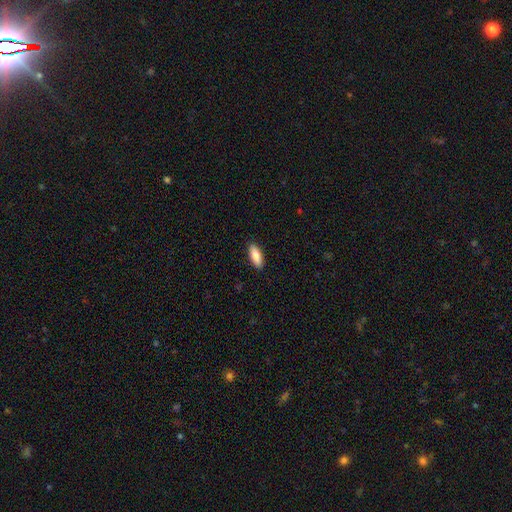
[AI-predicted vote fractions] Q: Smooth or featured?
A: smooth (85%); runner-up: featured or disk (9%)
Q: How rounded?
A: in between (68%); runner-up: cigar-shaped (30%)
Q: Merging?
A: none (90%); runner-up: minor disturbance (7%)